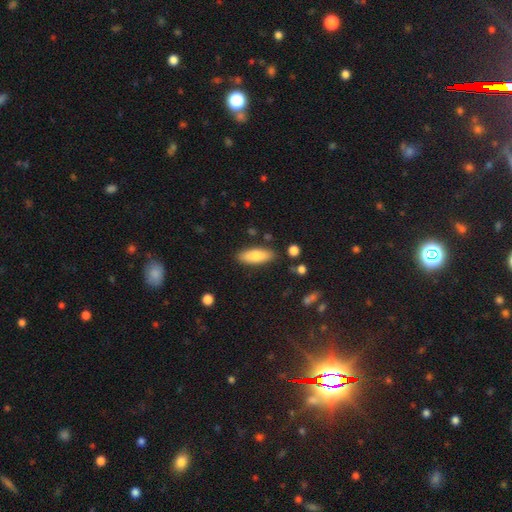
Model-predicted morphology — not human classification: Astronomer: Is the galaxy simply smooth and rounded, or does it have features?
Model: smooth — 81%.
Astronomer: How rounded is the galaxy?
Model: in between — 68%.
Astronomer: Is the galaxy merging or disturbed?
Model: none — 86%.